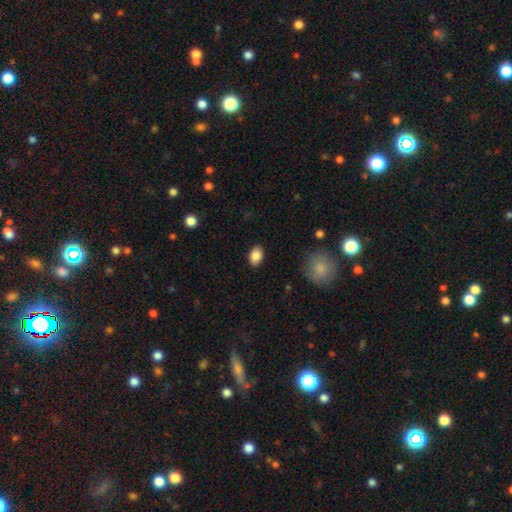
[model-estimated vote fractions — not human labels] smooth 86%, star or artifact 8%, featured or disk 6%. Down the decision tree: how rounded — in between (85%); merging — none (88%).